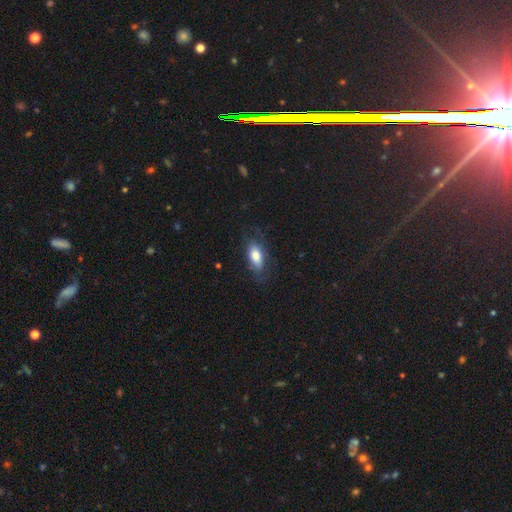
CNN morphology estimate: This is likely a smooth galaxy (70%). How rounded: clearly in between (84%). Merging: likely none (67%).